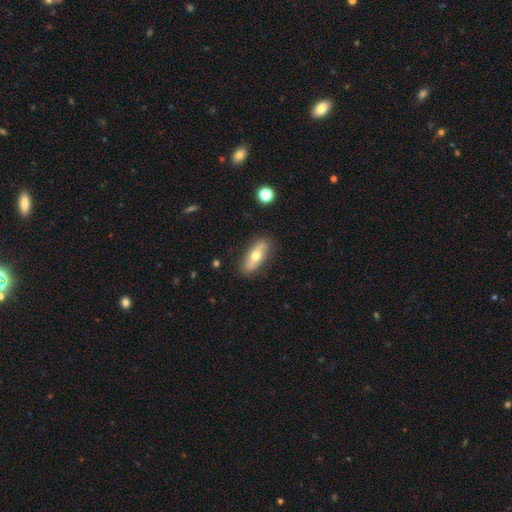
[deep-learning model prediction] This appears to be a smooth galaxy with no disk features (58%) that is in between round and cigar-shaped (71%). Merging: none (85%).